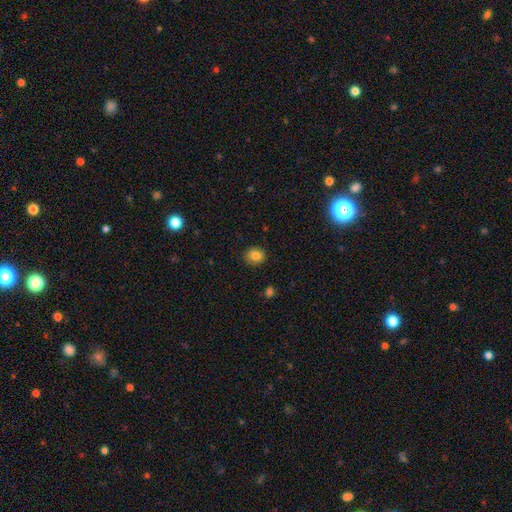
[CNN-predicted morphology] A smooth galaxy with no disk features (81%) that is round (75%).

Vote fractions:
- Smooth or featured? smooth: 81% / star or artifact: 10% / featured or disk: 8%
- How rounded? round: 75% / in between: 24% / cigar-shaped: 1%
- Merging? none: 85% / minor disturbance: 12% / major disturbance: 2% / merger: 1%